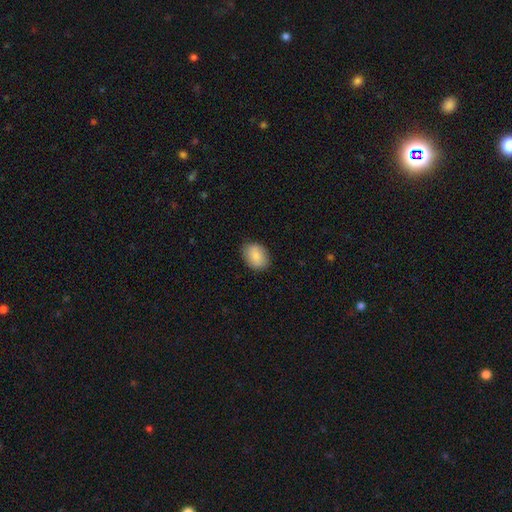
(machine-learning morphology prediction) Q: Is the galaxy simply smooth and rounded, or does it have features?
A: smooth — 87%.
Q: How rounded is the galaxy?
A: in between — 71%.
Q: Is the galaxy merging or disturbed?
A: none — 86%.